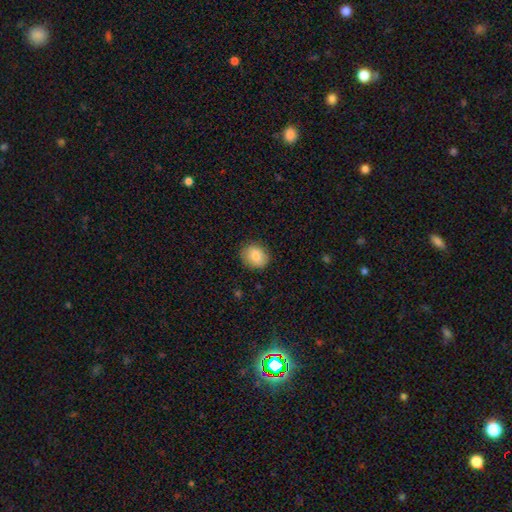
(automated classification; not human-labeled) A smooth galaxy with no disk features (83%) that is round (60%). Merging: none (85%).